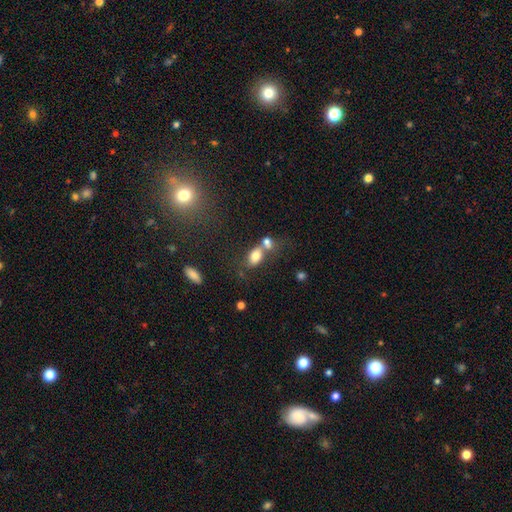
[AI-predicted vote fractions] Overall: smooth (77%). How rounded: in between (83%). Merging: merger (46%; none 35%).